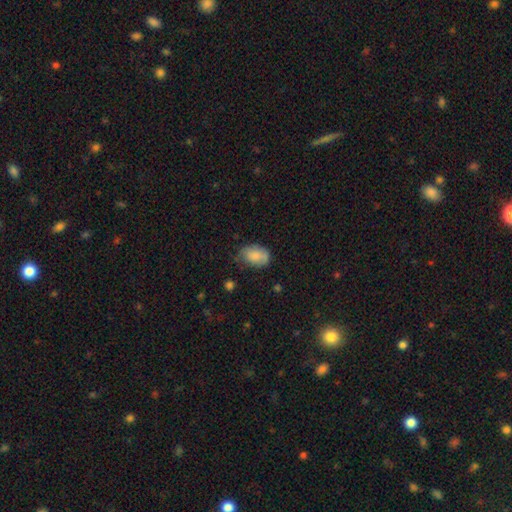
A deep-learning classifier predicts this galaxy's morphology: smooth 79%, featured or disk 14%, star or artifact 7%. Down the decision tree: how rounded — in between (86%); merging — none (59%).